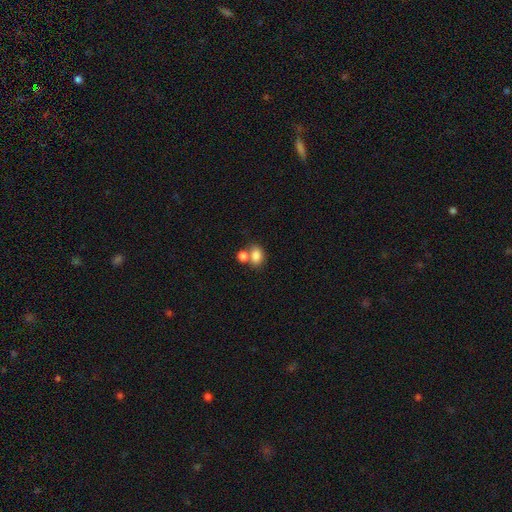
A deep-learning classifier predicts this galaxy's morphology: Smooth or featured: smooth — 82% (star or artifact — 10%)
How rounded: in between — 68% (round — 31%)
Merging: merger — 43% (tied with none — 43%)